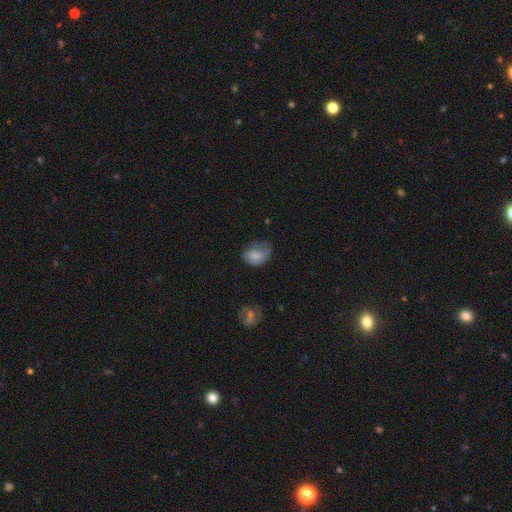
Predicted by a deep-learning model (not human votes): Smooth or featured? smooth (76%)
How rounded? in between (68%)
Merging? none (45%)